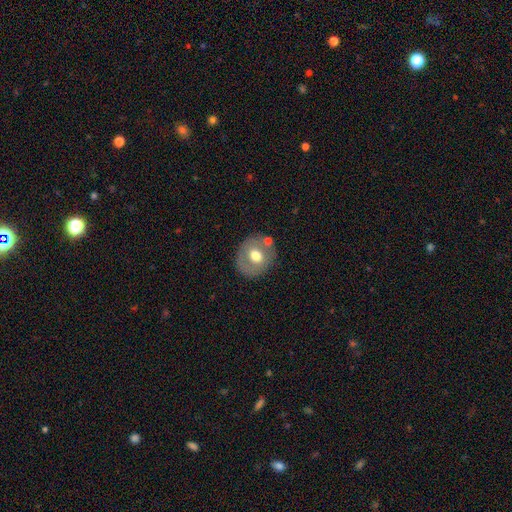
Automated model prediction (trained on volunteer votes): Smooth or featured? smooth (58%)
How rounded? round (76%)
Merging? none (74%)